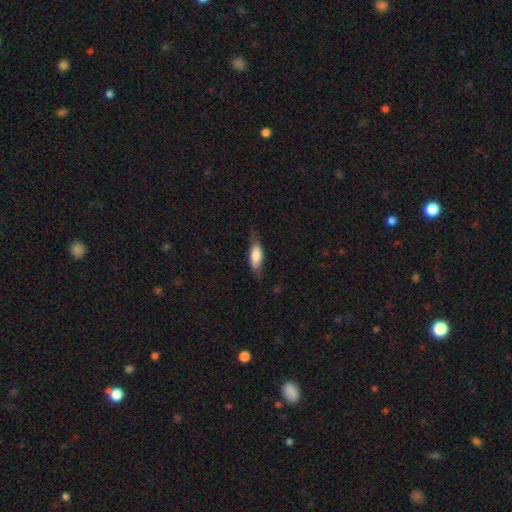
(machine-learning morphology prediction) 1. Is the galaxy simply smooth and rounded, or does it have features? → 69% smooth, 25% featured or disk, 6% star or artifact.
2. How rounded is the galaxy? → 69% in between, 29% cigar-shaped, 3% round.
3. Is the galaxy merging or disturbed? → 65% none, 26% minor disturbance, 7% major disturbance, 1% merger.